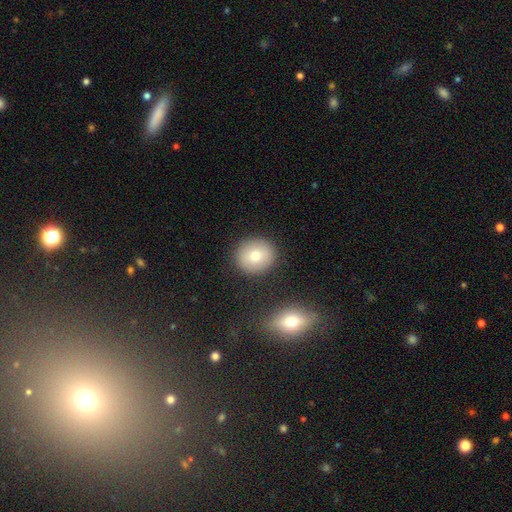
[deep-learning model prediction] This appears to be a smooth galaxy with no disk features (75%) that is round (86%). Merging: none (88%).